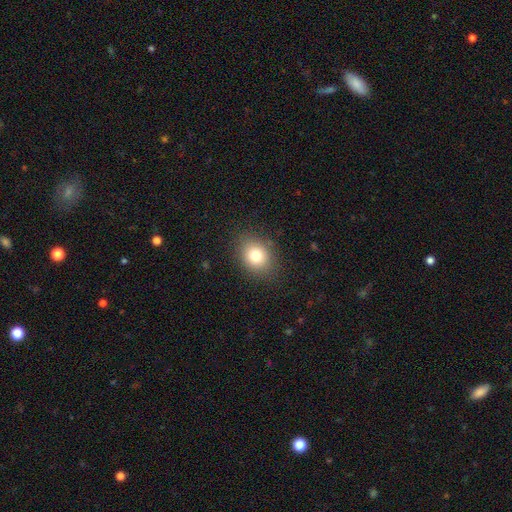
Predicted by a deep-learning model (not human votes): Smooth or featured? smooth (78%)
How rounded? round (52%)
Merging? none (85%)